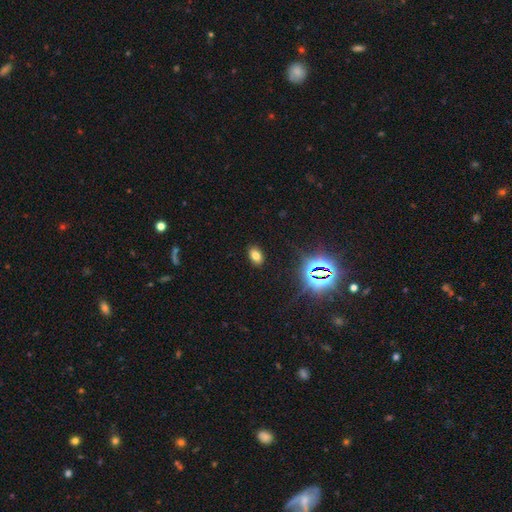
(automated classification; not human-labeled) Smooth or featured? Predicted: smooth (p=0.70). How rounded? Predicted: in between (p=0.88). Merging? Predicted: none (p=0.88).